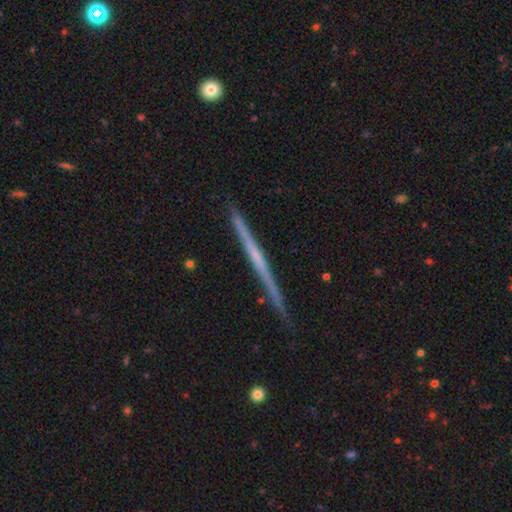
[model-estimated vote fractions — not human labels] Smooth or featured? featured or disk (70%)
Edge-on disk? yes (98%)
Edge-on bulge? none (78%)
Merging? none (90%)